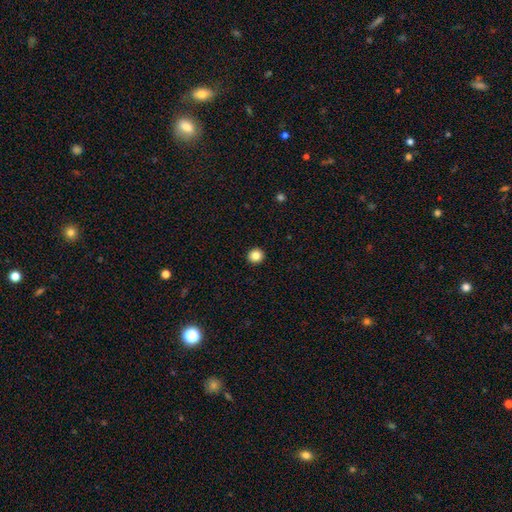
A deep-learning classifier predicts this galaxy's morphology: The model was most divided on "smooth or featured": smooth: 85%, star or artifact: 10%, featured or disk: 5%. More confident: merging — none (94%); how rounded — round (93%).